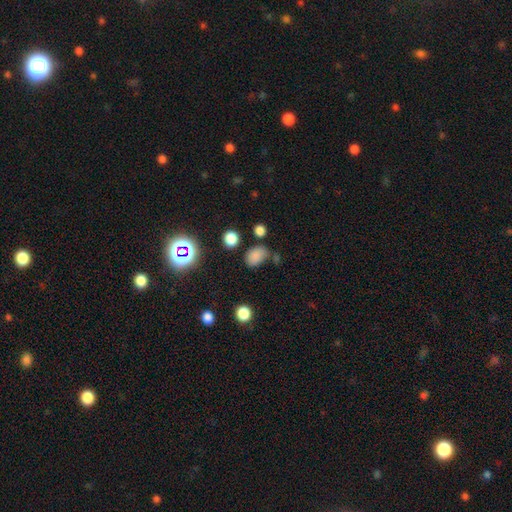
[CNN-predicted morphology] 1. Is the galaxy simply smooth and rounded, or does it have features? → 77% smooth, 17% star or artifact, 5% featured or disk.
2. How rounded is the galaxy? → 78% in between, 21% round, 1% cigar-shaped.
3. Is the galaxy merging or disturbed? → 65% none, 19% minor disturbance, 9% merger, 6% major disturbance.